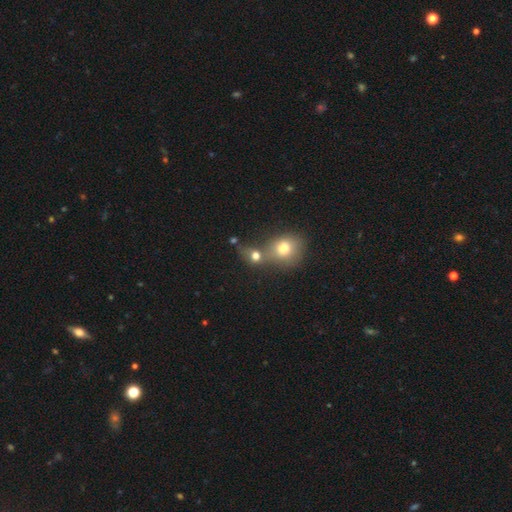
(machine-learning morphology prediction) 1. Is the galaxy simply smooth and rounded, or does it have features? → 74% smooth, 14% star or artifact, 12% featured or disk.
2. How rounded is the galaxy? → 69% round, 29% in between, 2% cigar-shaped.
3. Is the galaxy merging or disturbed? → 51% merger, 34% none, 9% minor disturbance, 6% major disturbance.